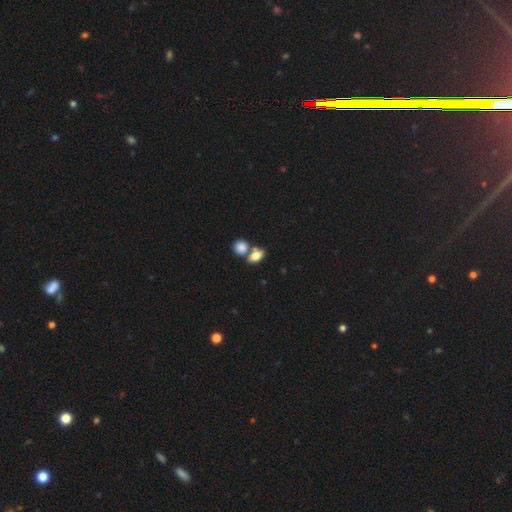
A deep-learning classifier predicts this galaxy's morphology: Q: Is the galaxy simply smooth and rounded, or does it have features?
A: smooth — 80%.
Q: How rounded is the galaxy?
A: in between — 78%.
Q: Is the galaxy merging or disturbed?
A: none — 44%.